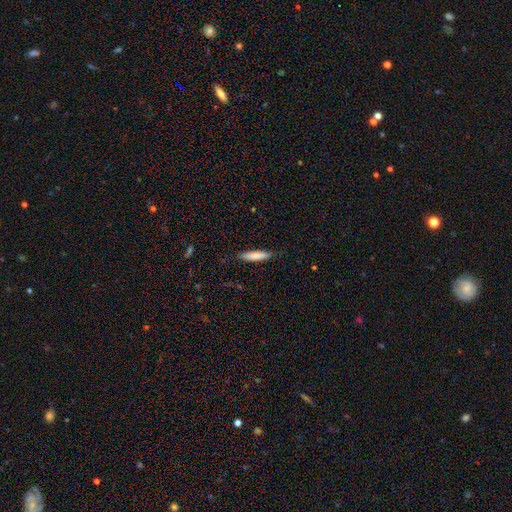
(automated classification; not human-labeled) smooth-or-featured: smooth: 79% | featured or disk: 15% | star or artifact: 6%
  how-rounded: cigar-shaped: 85% | in between: 14% | round: 1%
  merging: none: 83% | minor disturbance: 13% | major disturbance: 3% | merger: 1%